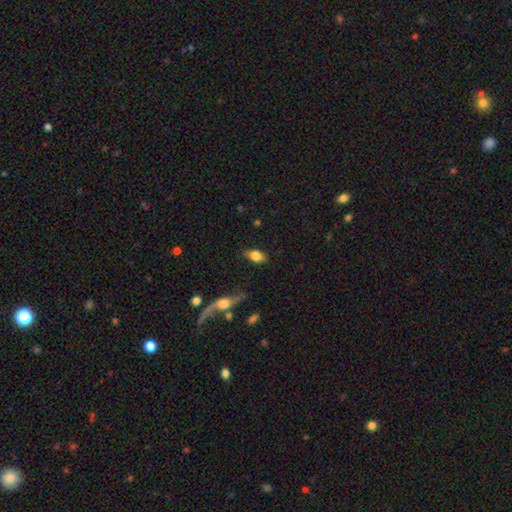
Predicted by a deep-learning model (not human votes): This is likely a smooth galaxy (77%). How rounded: clearly in between (88%). Merging: likely none (76%).